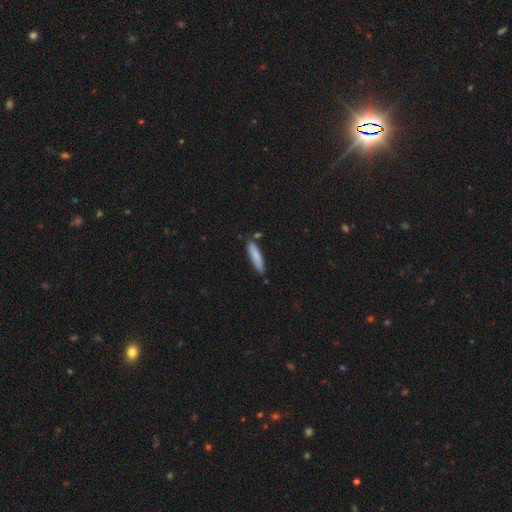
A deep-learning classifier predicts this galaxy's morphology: Smooth or featured: smooth — 83% (featured or disk — 11%)
How rounded: cigar-shaped — 81% (in between — 18%)
Merging: none — 80% (minor disturbance — 13%)